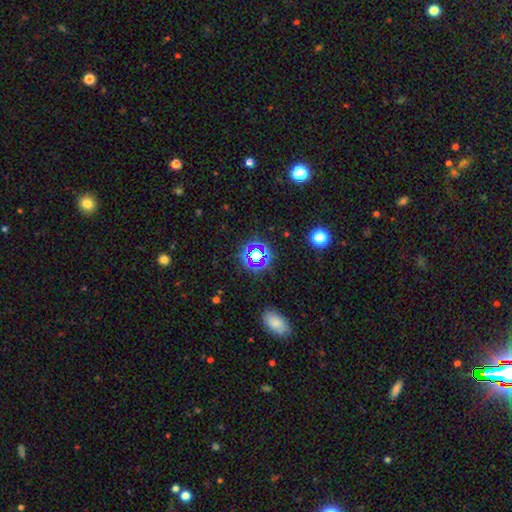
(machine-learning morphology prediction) star or artifact 64%, smooth 23%, featured or disk 12%.